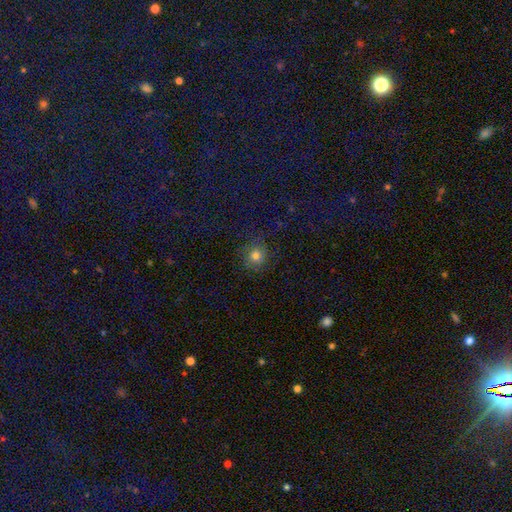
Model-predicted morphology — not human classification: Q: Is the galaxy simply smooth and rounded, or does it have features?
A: smooth — 79%.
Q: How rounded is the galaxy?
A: round — 86%.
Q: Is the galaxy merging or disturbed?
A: none — 82%.